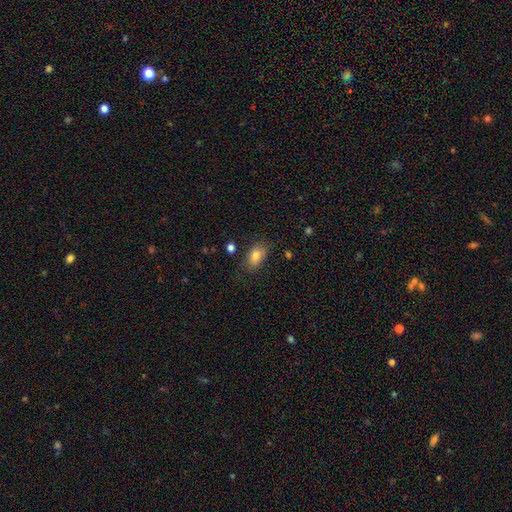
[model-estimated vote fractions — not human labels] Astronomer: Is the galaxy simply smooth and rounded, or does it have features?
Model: smooth — 81%.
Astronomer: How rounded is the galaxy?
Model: in between — 85%.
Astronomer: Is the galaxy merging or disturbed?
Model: none — 74%.